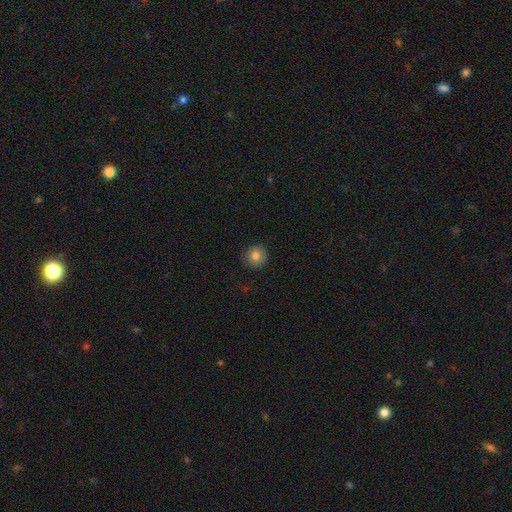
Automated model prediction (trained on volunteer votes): Smooth or featured?
  - smooth: 81% *
  - star or artifact: 10%
  - featured or disk: 9%
How rounded?
  - round: 92% *
  - in between: 7%
  - cigar-shaped: 1%
Merging?
  - none: 88% *
  - minor disturbance: 8%
  - major disturbance: 2%
  - merger: 1%